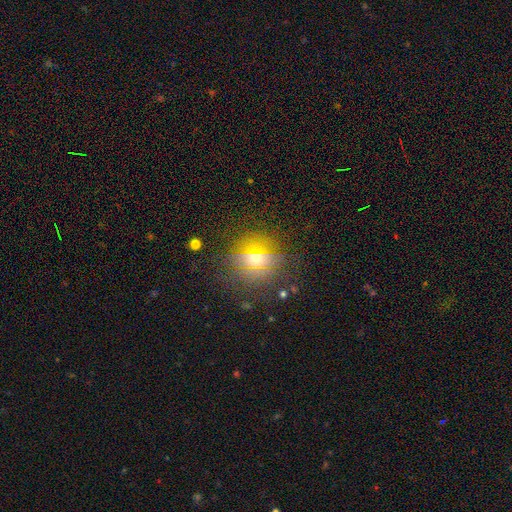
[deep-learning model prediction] This appears to be a smooth galaxy with no disk features (51%) that is round (85%). Merging: none (83%).